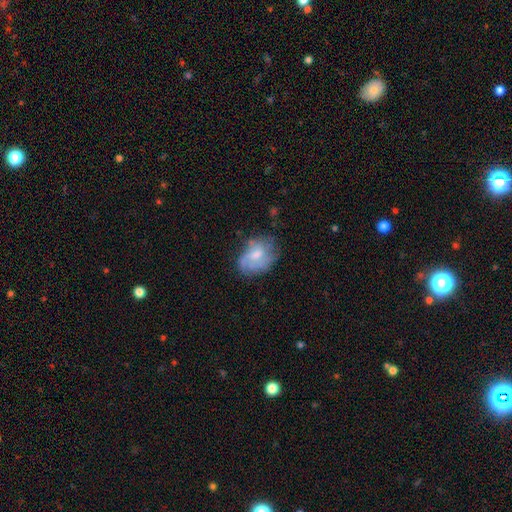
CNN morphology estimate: Overall: featured or disk (47%; smooth 45%). Merging: none (53%; minor disturbance 29%).